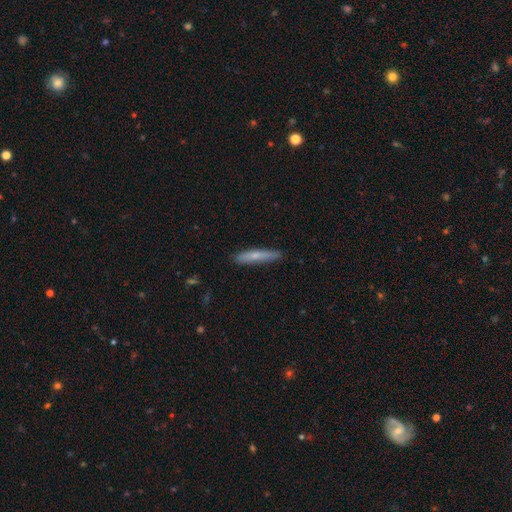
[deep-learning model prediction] Smooth or featured? smooth (64%)
How rounded? cigar-shaped (91%)
Merging? none (85%)